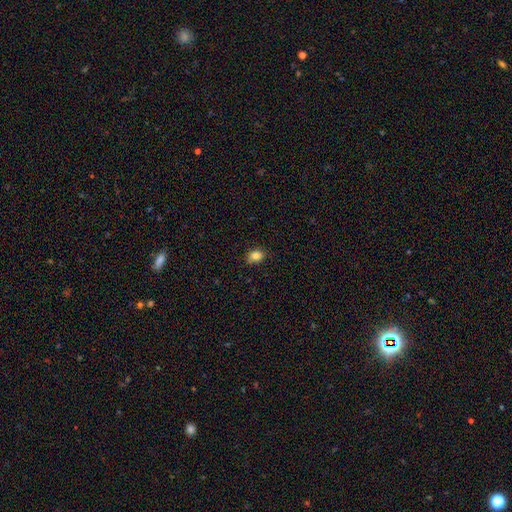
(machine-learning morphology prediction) smooth_or_featured: smooth (p=0.83) [alt: star or artifact p=0.11]
how_rounded: in between (p=0.57) [alt: round p=0.42]
merging: none (p=0.78) [alt: minor disturbance p=0.17]